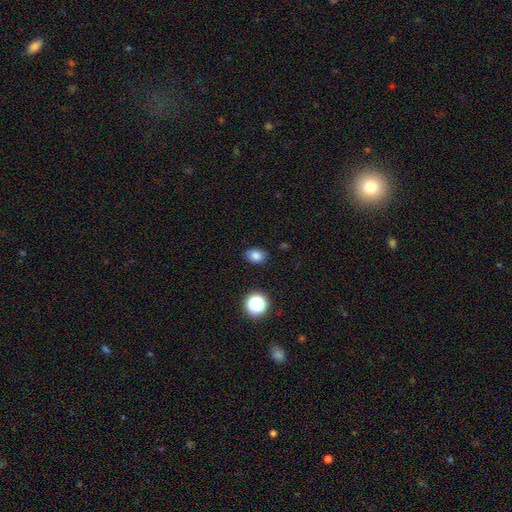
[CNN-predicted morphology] smooth_or_featured: smooth (p=0.82) [alt: star or artifact p=0.13]
how_rounded: in between (p=0.67) [alt: round p=0.32]
merging: none (p=0.85) [alt: minor disturbance p=0.11]